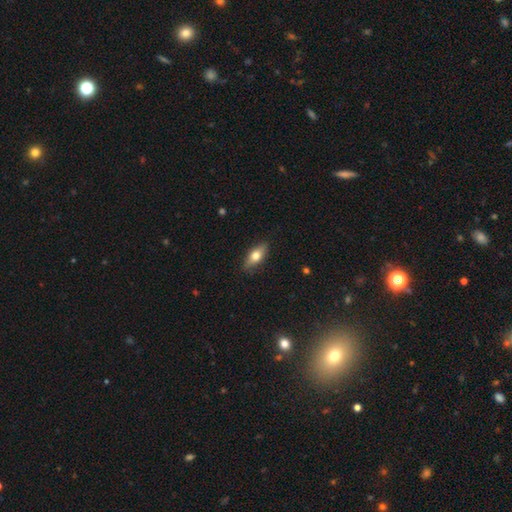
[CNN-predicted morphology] A smooth galaxy with no disk features (65%) that is in between round and cigar-shaped (74%).

Vote fractions:
- Smooth or featured? smooth: 65% / featured or disk: 28% / star or artifact: 6%
- How rounded? in between: 74% / cigar-shaped: 22% / round: 4%
- Merging? none: 87% / minor disturbance: 10% / major disturbance: 2% / merger: 1%